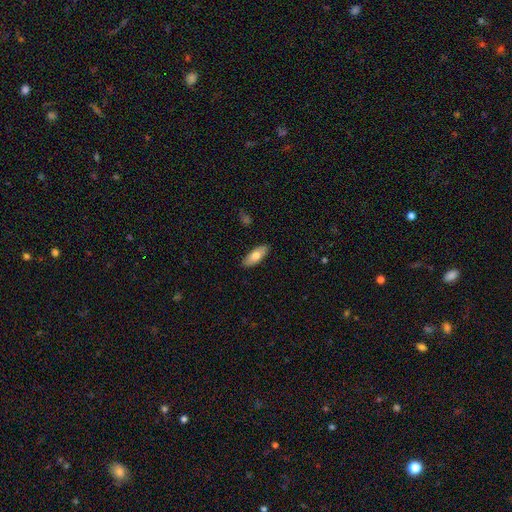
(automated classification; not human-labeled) The model was most divided on "smooth or featured": smooth: 73%, featured or disk: 21%, star or artifact: 6%. More confident: merging — none (88%); how rounded — in between (79%).